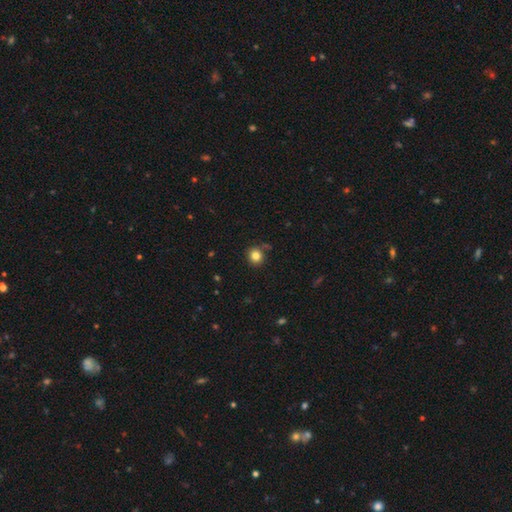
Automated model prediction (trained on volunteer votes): Morphology: type=smooth (82%); roundness=round (89%); merging=none (83%).